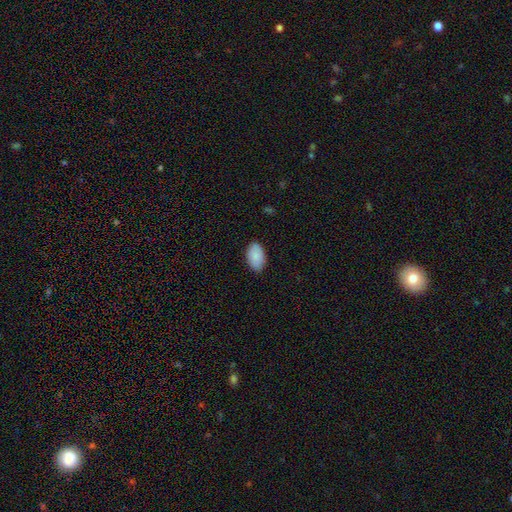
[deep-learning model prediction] smooth 88%, star or artifact 6%, featured or disk 6%. Down the decision tree: how rounded — in between (94%); merging — none (85%).